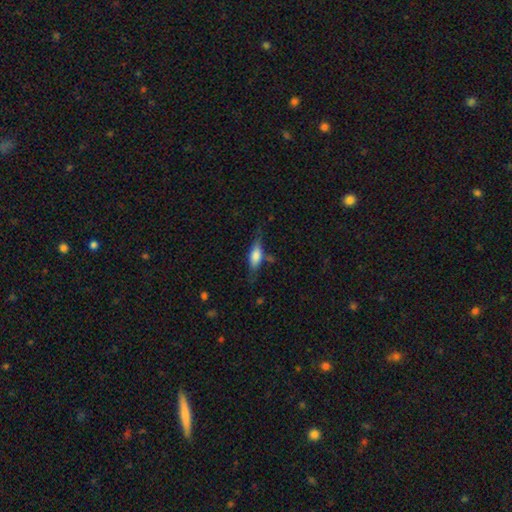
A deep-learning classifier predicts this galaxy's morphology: A smooth galaxy with no disk features (63%) that is in between round and cigar-shaped (60%).

Vote fractions:
- Smooth or featured? smooth: 63% / featured or disk: 30% / star or artifact: 7%
- How rounded? in between: 60% / cigar-shaped: 37% / round: 3%
- Merging? none: 63% / minor disturbance: 24% / major disturbance: 9% / merger: 5%